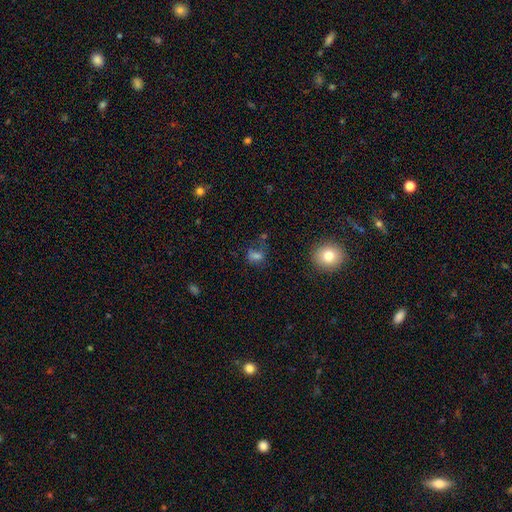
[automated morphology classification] smooth_or_featured: smooth (p=0.60) [alt: star or artifact p=0.25]
how_rounded: in between (p=0.55) [alt: round p=0.42]
merging: none (p=0.55) [alt: minor disturbance p=0.19]